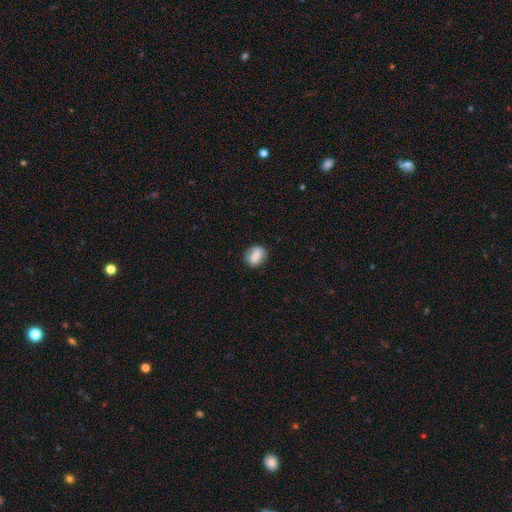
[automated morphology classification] Smooth or featured? Predicted: smooth (p=0.75). How rounded? Predicted: in between (p=0.52). Merging? Predicted: none (p=0.76).